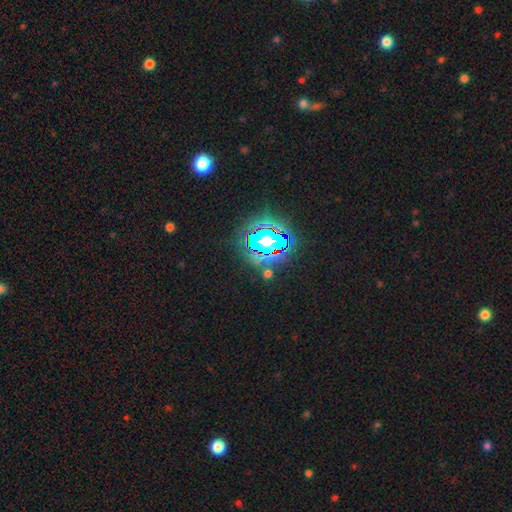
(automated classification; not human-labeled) Overall: star or artifact (80%).